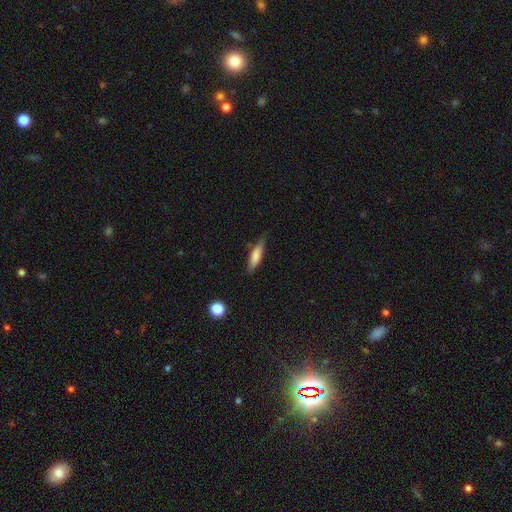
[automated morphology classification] This is likely a smooth galaxy (74%). How rounded: likely cigar-shaped (72%). Merging: likely none (78%).